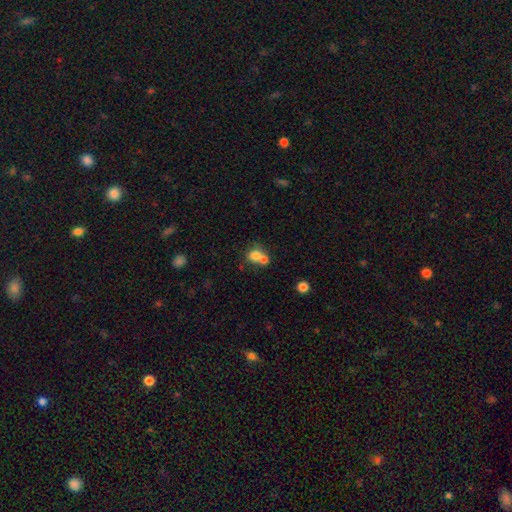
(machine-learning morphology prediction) Smooth or featured?
  - smooth: 75% *
  - featured or disk: 14%
  - star or artifact: 12%
How rounded?
  - round: 75% *
  - in between: 24%
  - cigar-shaped: 1%
Merging?
  - merger: 55% *
  - none: 34%
  - minor disturbance: 7%
  - major disturbance: 3%